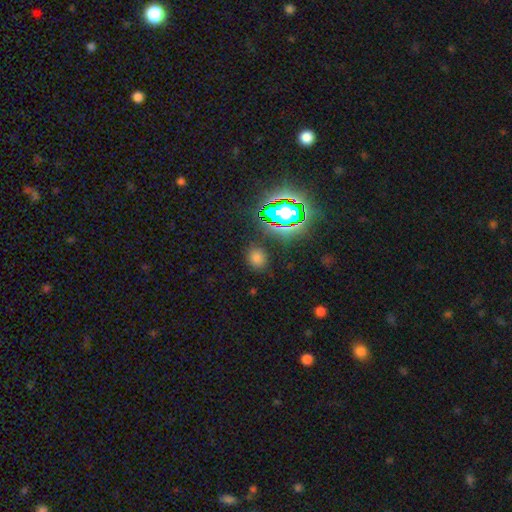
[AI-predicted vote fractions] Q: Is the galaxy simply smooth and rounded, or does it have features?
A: smooth — 67%.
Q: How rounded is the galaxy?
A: round — 66%.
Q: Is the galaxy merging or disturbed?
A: none — 84%.